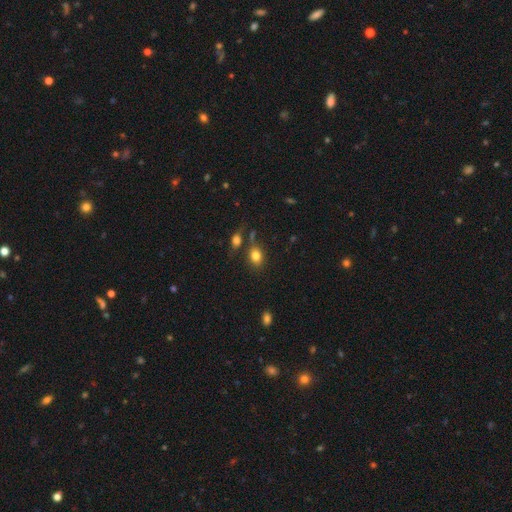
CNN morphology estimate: A smooth galaxy with no disk features (81%) that is in between round and cigar-shaped (62%).

Vote fractions:
- Smooth or featured? smooth: 81% / star or artifact: 11% / featured or disk: 8%
- How rounded? in between: 62% / round: 37% / cigar-shaped: 2%
- Merging? none: 65% / merger: 15% / minor disturbance: 14% / major disturbance: 5%